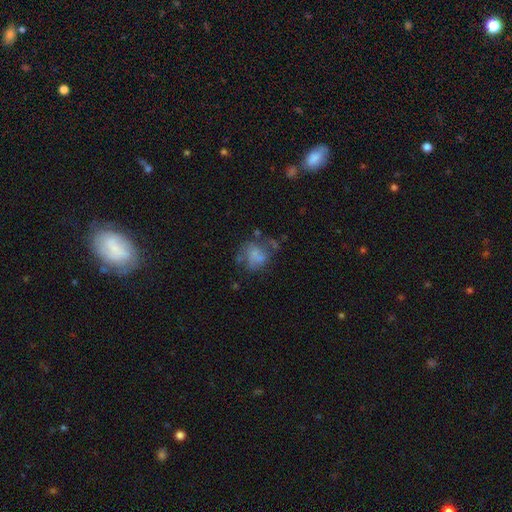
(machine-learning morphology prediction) A smooth galaxy with no disk features (51%) that is round (57%). Merging: none (37%).